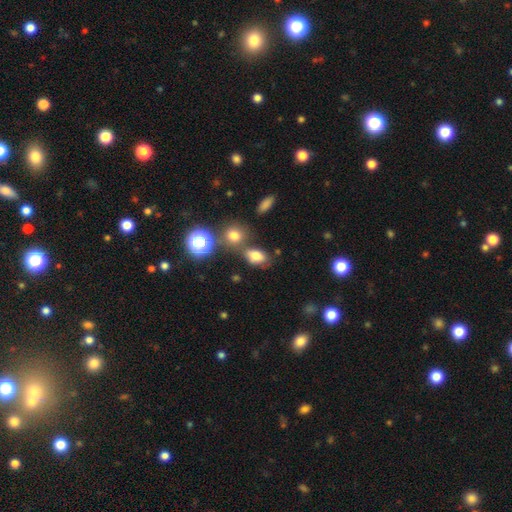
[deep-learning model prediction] This is likely a smooth galaxy (74%). How rounded: likely in between (80%). Merging: possibly none (56%).